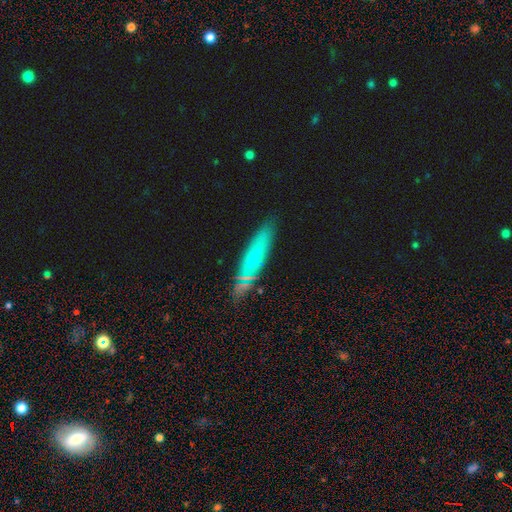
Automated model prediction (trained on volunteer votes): This is possibly a featured or disk galaxy (50%). It is likely viewed edge-on (66%). Merging: clearly none (80%).